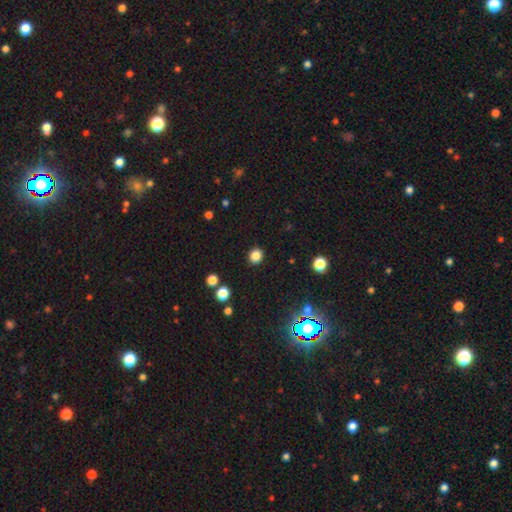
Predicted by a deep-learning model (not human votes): Morphology: type=smooth (83%); roundness=round (86%); merging=none (90%).